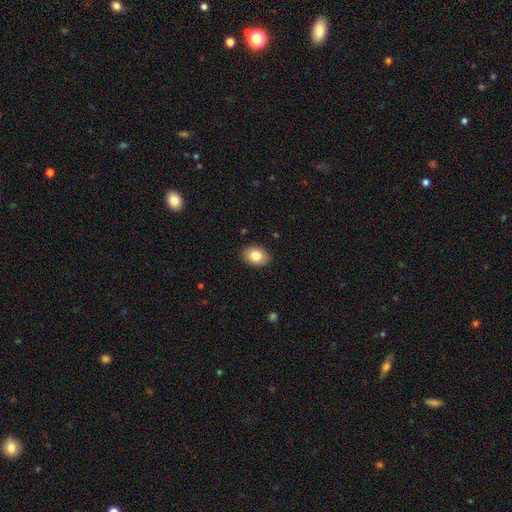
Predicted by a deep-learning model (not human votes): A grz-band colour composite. It shows a smooth galaxy with no disk features (82%) that is in between round and cigar-shaped (76%). Merging: none (89%).